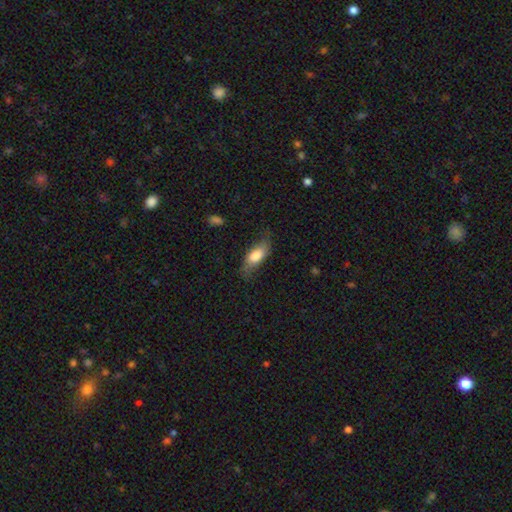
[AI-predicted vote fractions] A smooth galaxy with no disk features (67%) that is in between round and cigar-shaped (77%). Merging: none (63%).